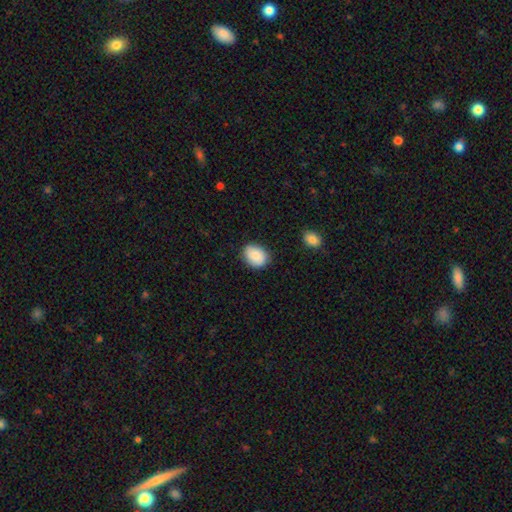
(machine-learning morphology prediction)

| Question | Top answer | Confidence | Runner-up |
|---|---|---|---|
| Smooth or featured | smooth | 83% | featured or disk (10%) |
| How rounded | in between | 58% | round (41%) |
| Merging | none | 82% | minor disturbance (14%) |